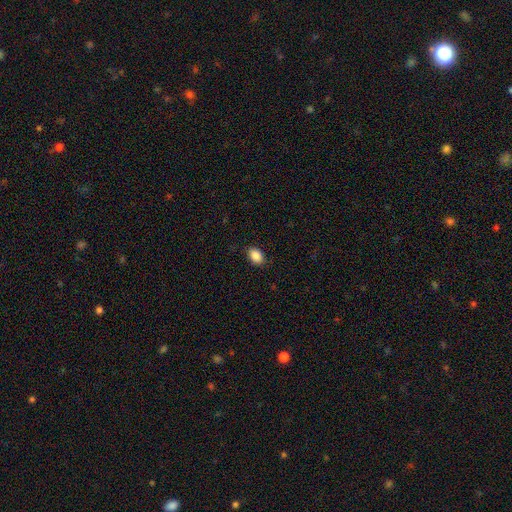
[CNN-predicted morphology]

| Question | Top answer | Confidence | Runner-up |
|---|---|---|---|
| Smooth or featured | smooth | 88% | star or artifact (8%) |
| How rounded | in between | 82% | round (16%) |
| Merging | none | 88% | minor disturbance (9%) |